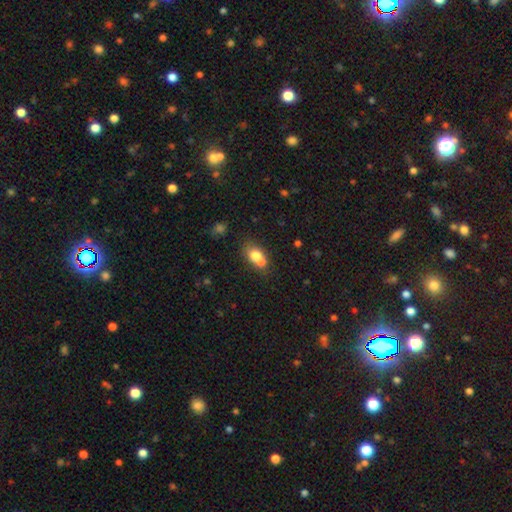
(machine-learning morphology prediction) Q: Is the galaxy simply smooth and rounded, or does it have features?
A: smooth — 72%.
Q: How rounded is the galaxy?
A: in between — 51%.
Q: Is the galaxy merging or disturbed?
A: merger — 59%.